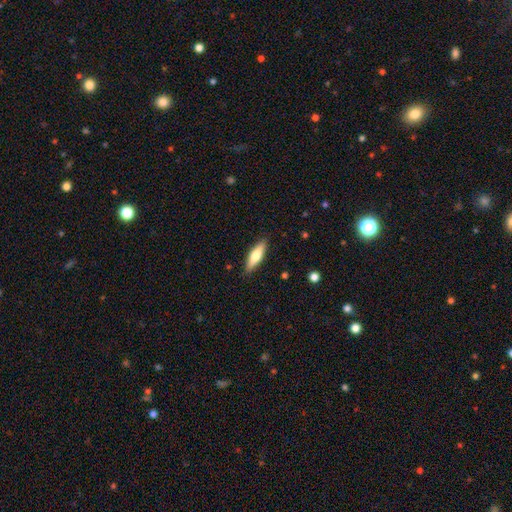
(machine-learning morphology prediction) This appears to be a smooth galaxy with no disk features (63%) that is cigar-shaped (60%). Merging: none (88%).